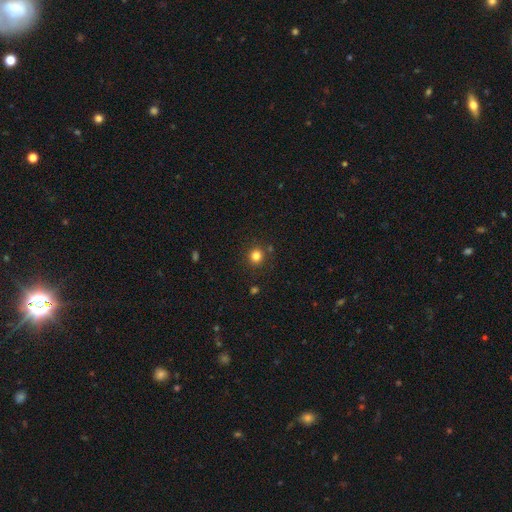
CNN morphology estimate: Smooth or featured?
  - smooth: 81% *
  - star or artifact: 14%
  - featured or disk: 5%
How rounded?
  - round: 91% *
  - in between: 8%
  - cigar-shaped: 1%
Merging?
  - none: 86% *
  - minor disturbance: 7%
  - merger: 4%
  - major disturbance: 3%